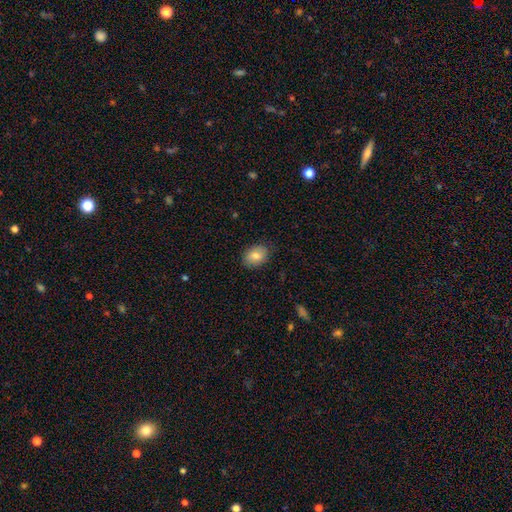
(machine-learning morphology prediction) A smooth galaxy with no disk features (80%) that is in between round and cigar-shaped (74%).

Vote fractions:
- Smooth or featured? smooth: 80% / featured or disk: 13% / star or artifact: 7%
- How rounded? in between: 74% / round: 25% / cigar-shaped: 1%
- Merging? none: 84% / minor disturbance: 12% / major disturbance: 3% / merger: 1%